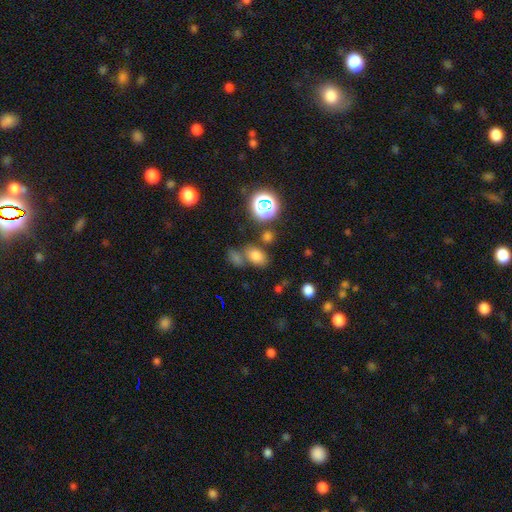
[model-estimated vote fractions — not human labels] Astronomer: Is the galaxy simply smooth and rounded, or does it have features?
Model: smooth — 72%.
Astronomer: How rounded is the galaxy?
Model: in between — 73%.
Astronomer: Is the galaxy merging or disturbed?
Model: none — 61%.